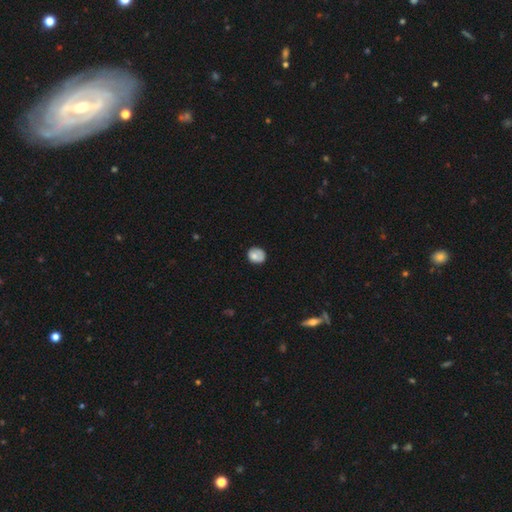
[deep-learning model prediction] smooth-or-featured: smooth: 74% | featured or disk: 18% | star or artifact: 8%
  how-rounded: round: 63% | in between: 36% | cigar-shaped: 1%
  merging: none: 63% | minor disturbance: 26% | major disturbance: 8% | merger: 3%